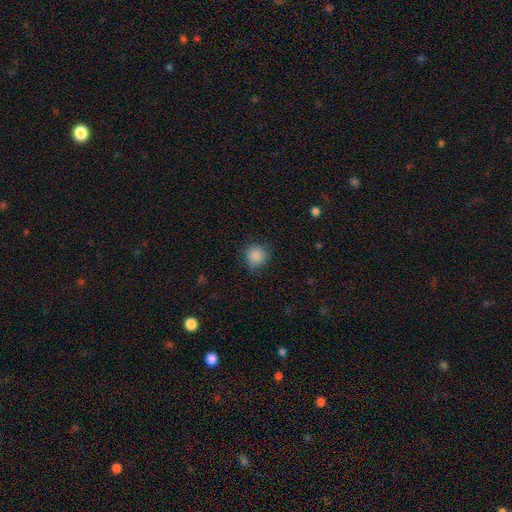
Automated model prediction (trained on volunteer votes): Morphology: type=smooth (87%); roundness=round (90%); merging=none (73%).